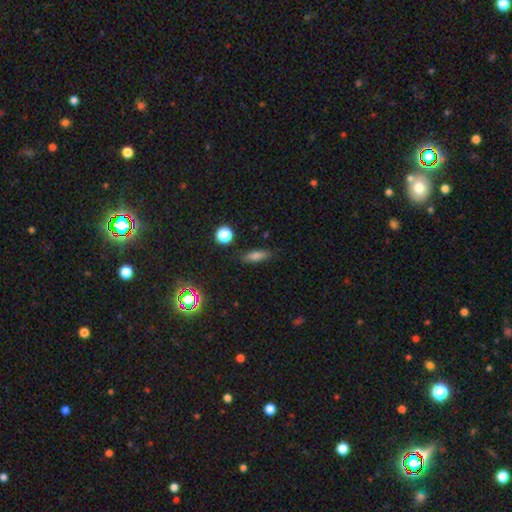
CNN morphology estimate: type=smooth (71%); roundness=in between (56%); merging=none (85%).